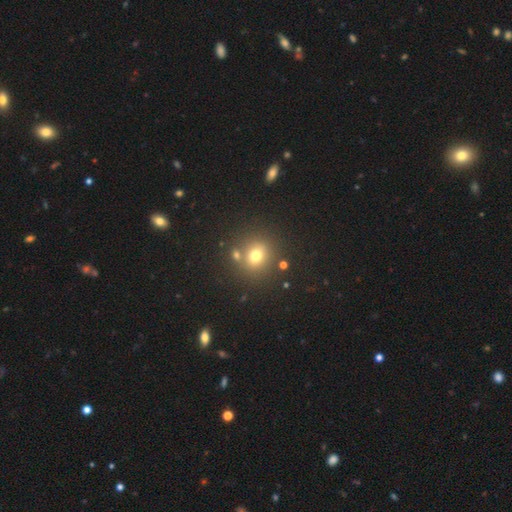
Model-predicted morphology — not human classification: Q: Smooth or featured?
A: smooth (70%); runner-up: star or artifact (18%)
Q: How rounded?
A: round (80%); runner-up: in between (19%)
Q: Merging?
A: none (71%); runner-up: merger (15%)